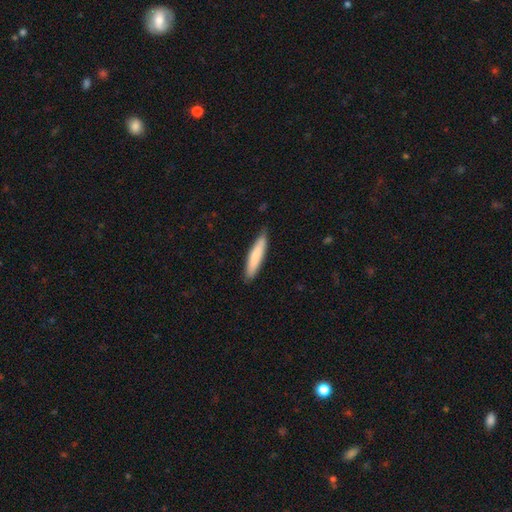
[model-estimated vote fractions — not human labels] This is likely a smooth galaxy (77%). How rounded: clearly cigar-shaped (86%). Merging: clearly none (83%).